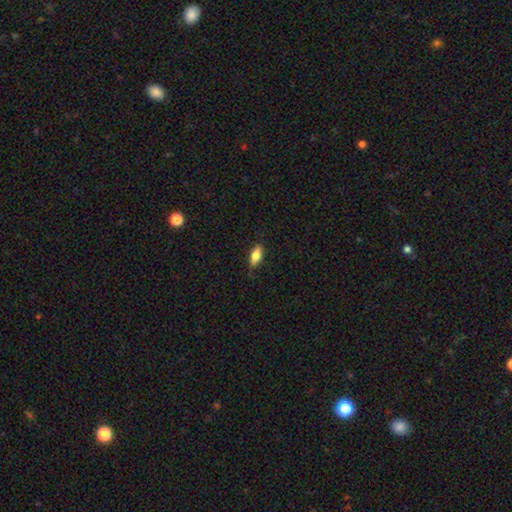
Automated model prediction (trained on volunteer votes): Overall: smooth (77%). How rounded: in between (80%). Merging: none (83%).